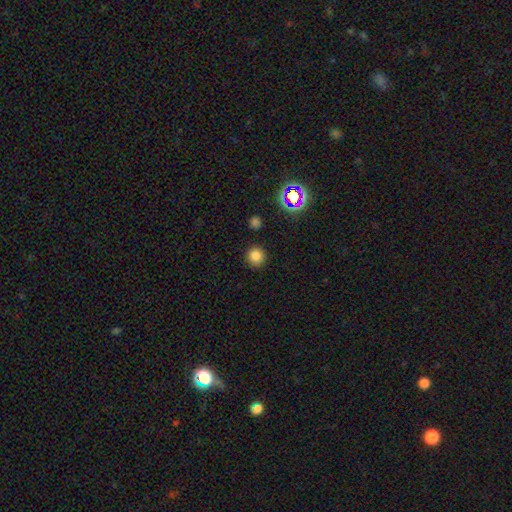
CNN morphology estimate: A smooth galaxy with no disk features (80%) that is round (94%).

Vote fractions:
- Smooth or featured? smooth: 80% / star or artifact: 15% / featured or disk: 5%
- How rounded? round: 94% / in between: 5% / cigar-shaped: 1%
- Merging? none: 90% / minor disturbance: 6% / major disturbance: 2% / merger: 2%